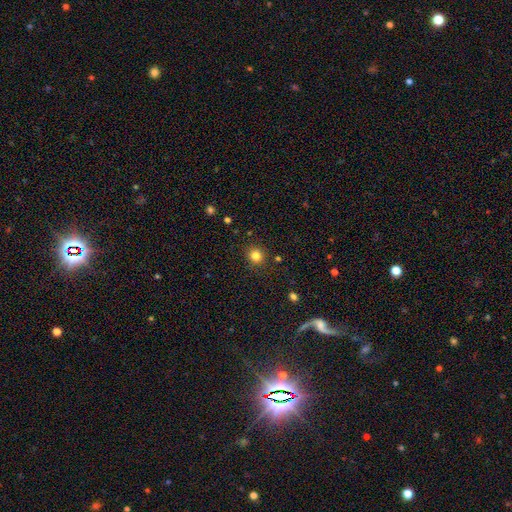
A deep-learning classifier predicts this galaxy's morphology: This appears to be a smooth galaxy with no disk features (81%) that is round (89%). Merging: none (89%).